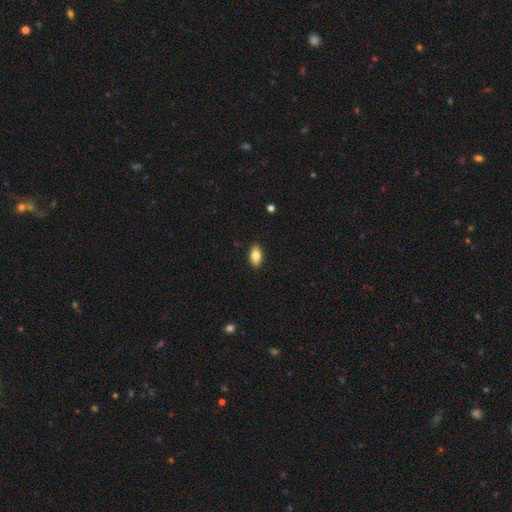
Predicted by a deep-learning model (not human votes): Smooth or featured? smooth (81%)
How rounded? in between (90%)
Merging? none (89%)